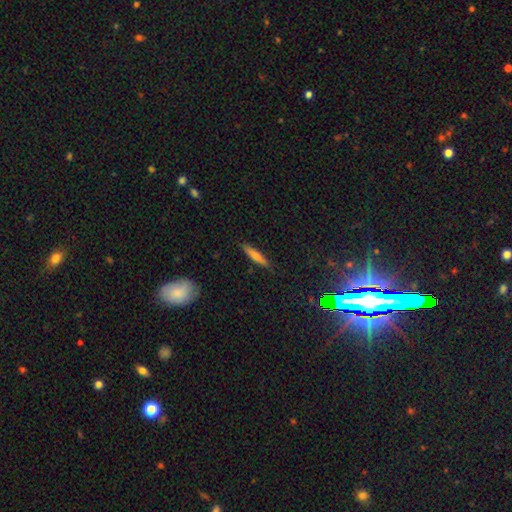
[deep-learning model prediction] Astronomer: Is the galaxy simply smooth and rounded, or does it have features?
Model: smooth — 59%.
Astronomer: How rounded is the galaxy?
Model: cigar-shaped — 87%.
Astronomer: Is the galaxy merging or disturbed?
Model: none — 88%.